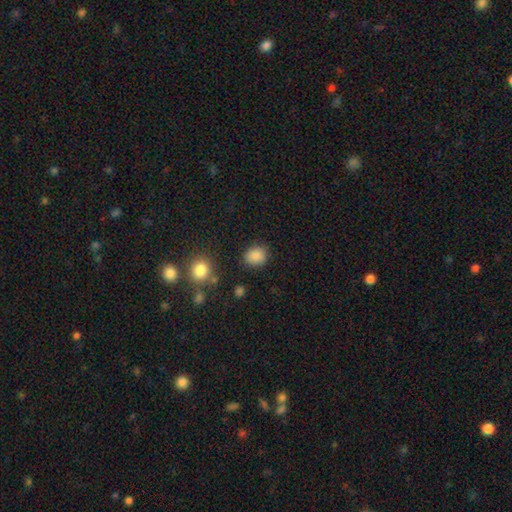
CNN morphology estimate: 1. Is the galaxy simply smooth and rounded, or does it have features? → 85% smooth, 10% star or artifact, 5% featured or disk.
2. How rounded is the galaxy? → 74% round, 26% in between, 1% cigar-shaped.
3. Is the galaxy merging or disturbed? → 83% none, 11% minor disturbance, 3% major disturbance, 2% merger.